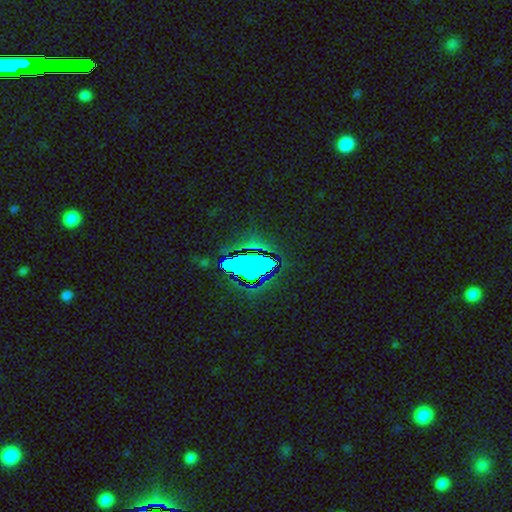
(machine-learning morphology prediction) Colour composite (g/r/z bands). It shows a star or artifact, not a galaxy (75%).